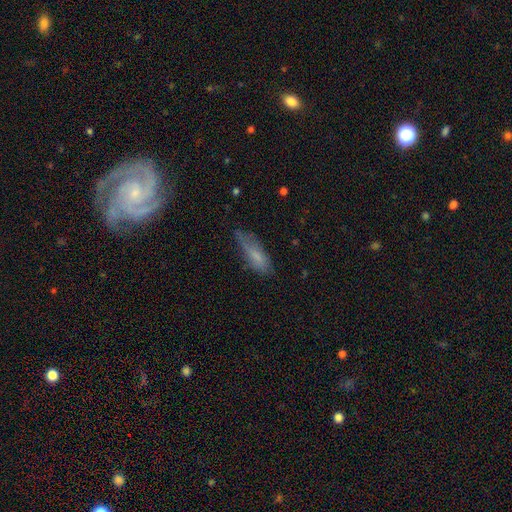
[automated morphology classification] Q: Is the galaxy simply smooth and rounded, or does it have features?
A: smooth — 70%.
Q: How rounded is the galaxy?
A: in between — 53%.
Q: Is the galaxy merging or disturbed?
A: none — 52%.